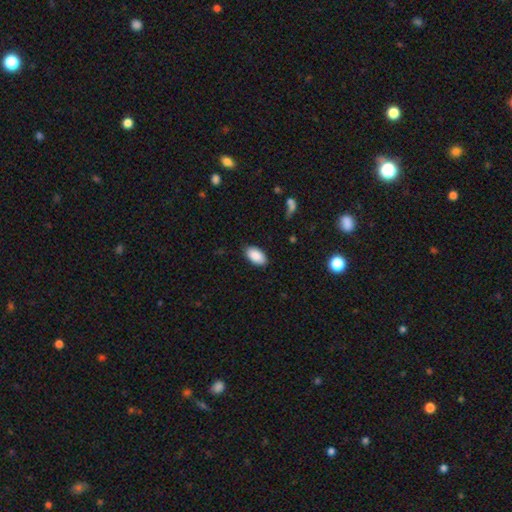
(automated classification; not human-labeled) smooth_or_featured: smooth (p=0.89) [alt: star or artifact p=0.06]
how_rounded: in between (p=0.95) [alt: round p=0.03]
merging: none (p=0.87) [alt: minor disturbance p=0.09]